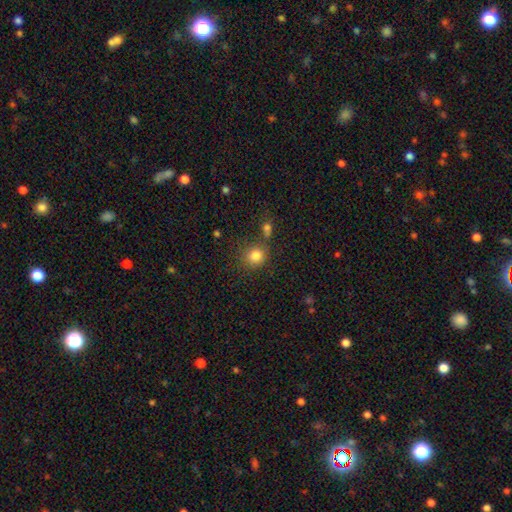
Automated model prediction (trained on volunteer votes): smooth_or_featured: smooth (p=0.83) [alt: star or artifact p=0.11]
how_rounded: round (p=0.83) [alt: in between p=0.16]
merging: none (p=0.69) [alt: merger p=0.14]